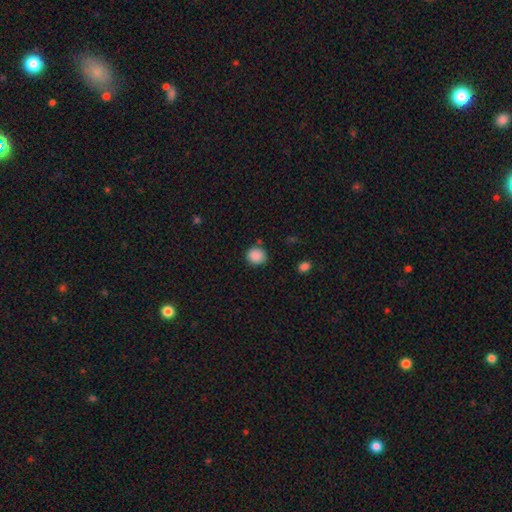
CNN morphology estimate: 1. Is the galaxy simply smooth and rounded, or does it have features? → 88% smooth, 9% star or artifact, 3% featured or disk.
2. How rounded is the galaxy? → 78% round, 21% in between, 1% cigar-shaped.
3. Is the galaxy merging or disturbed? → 81% none, 13% minor disturbance, 3% merger, 3% major disturbance.